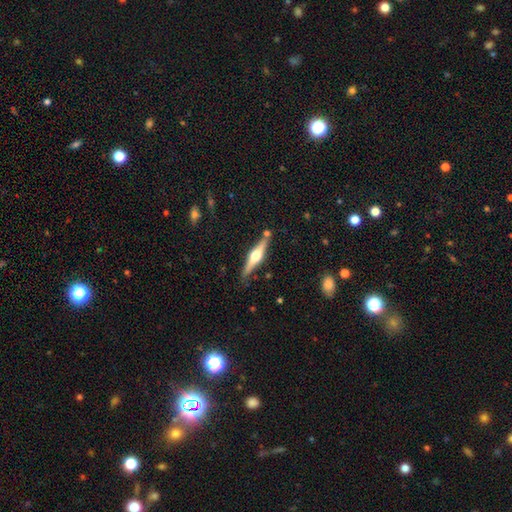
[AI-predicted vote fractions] A featured or disk galaxy (72%) viewed edge-on (97%) with a rounded central bulge (95%). Merging: none (84%).